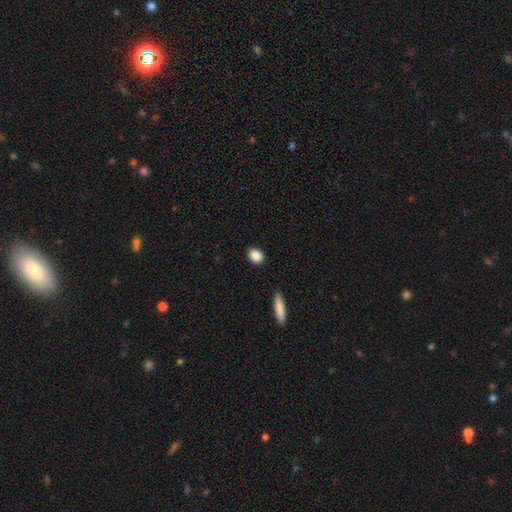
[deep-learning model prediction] Overall: smooth (88%). How rounded: in between (61%; round 37%). Merging: none (89%).